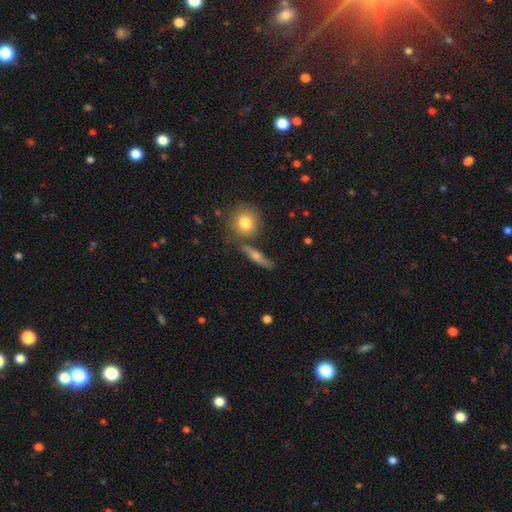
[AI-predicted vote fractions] smooth-or-featured: smooth: 52% | featured or disk: 38% | star or artifact: 10%
  how-rounded: cigar-shaped: 62% | in between: 25% | round: 13%
  merging: none: 75% | minor disturbance: 12% | merger: 9% | major disturbance: 4%